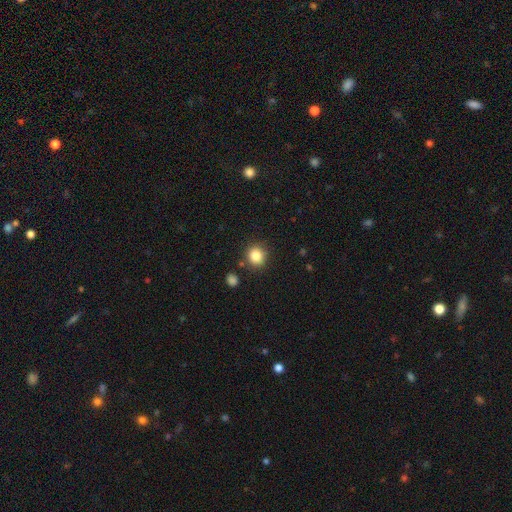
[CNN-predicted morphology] Smooth or featured? smooth (85%)
How rounded? round (88%)
Merging? none (85%)